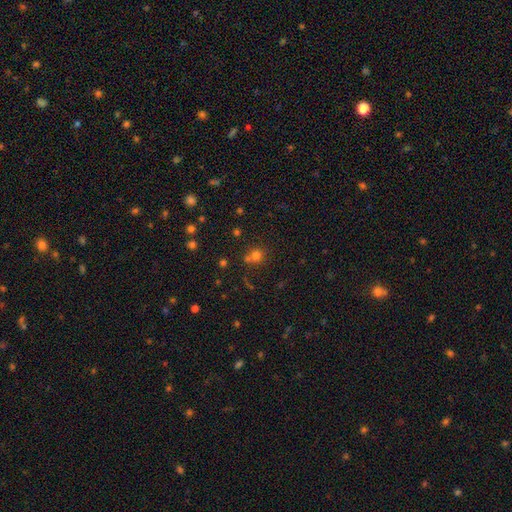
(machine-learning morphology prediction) A smooth galaxy with no disk features (70%) that is round (85%). Merging: none (55%).